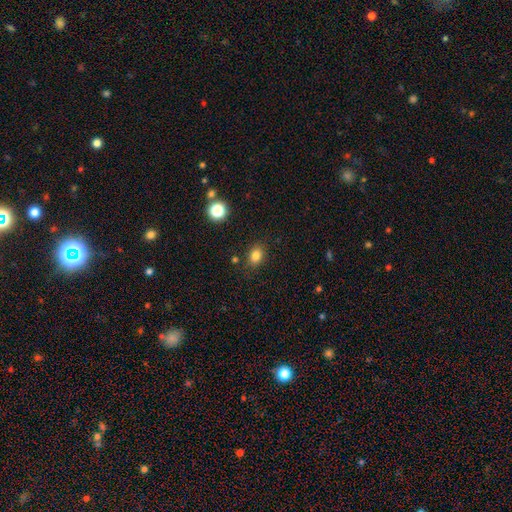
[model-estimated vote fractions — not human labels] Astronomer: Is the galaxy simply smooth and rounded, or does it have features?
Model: smooth — 82%.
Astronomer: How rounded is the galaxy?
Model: in between — 64%.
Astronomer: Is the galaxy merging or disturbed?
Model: none — 82%.